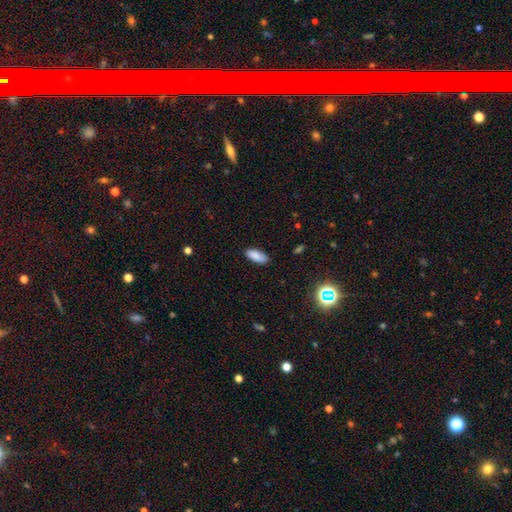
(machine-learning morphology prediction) Smooth or featured? Predicted: smooth (p=0.86). How rounded? Predicted: in between (p=0.82). Merging? Predicted: none (p=0.86).